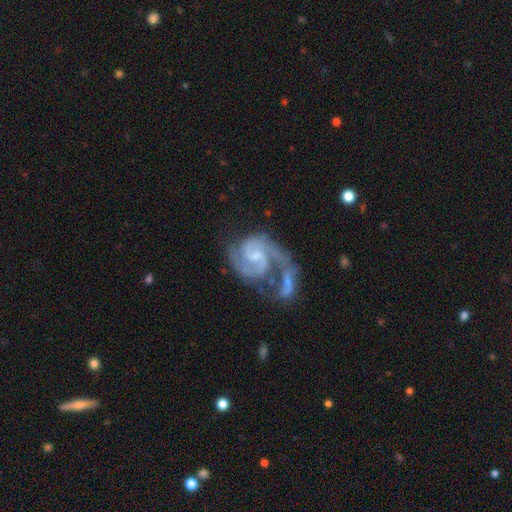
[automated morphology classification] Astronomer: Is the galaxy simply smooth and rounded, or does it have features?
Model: featured or disk — 91%.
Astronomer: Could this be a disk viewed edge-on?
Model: no — 98%.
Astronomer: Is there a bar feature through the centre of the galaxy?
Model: weak — 49% (runner-up: no, 38%).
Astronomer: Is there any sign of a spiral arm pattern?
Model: yes — 97%.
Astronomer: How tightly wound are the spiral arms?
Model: medium — 53% (runner-up: tight, 32%).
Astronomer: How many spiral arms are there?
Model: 2 — 83%.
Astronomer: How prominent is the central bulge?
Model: small — 53%.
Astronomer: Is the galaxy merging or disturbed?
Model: none — 31%, tied with merger at 31%.